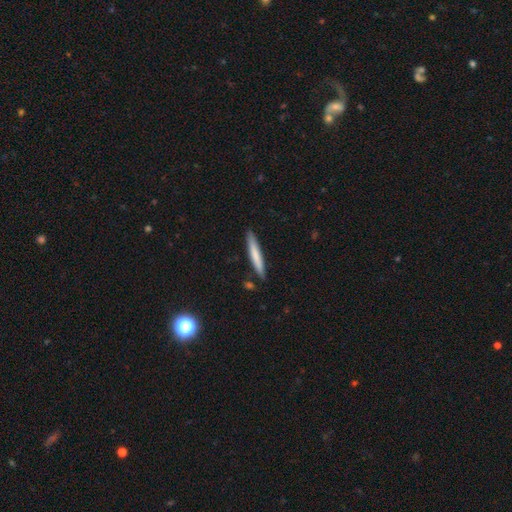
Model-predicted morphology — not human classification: A smooth galaxy with no disk features (71%) that is cigar-shaped (95%).

Vote fractions:
- Smooth or featured? smooth: 71% / featured or disk: 23% / star or artifact: 5%
- How rounded? cigar-shaped: 95% / in between: 4% / round: 1%
- Merging? none: 87% / minor disturbance: 9% / merger: 2% / major disturbance: 2%